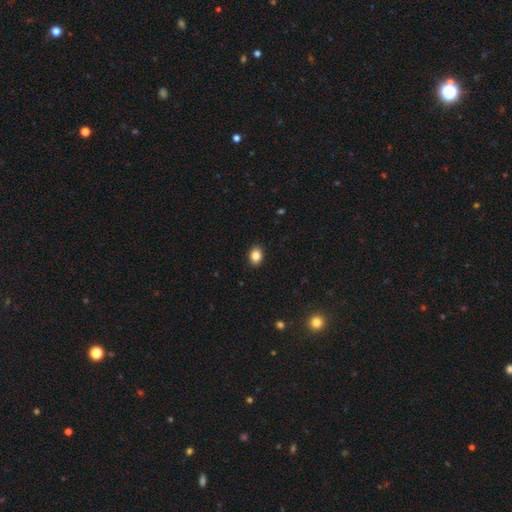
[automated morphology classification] smooth-or-featured: smooth: 85% | star or artifact: 10% | featured or disk: 5%
  how-rounded: in between: 62% | round: 37% | cigar-shaped: 1%
  merging: none: 91% | minor disturbance: 7% | major disturbance: 2% | merger: 1%